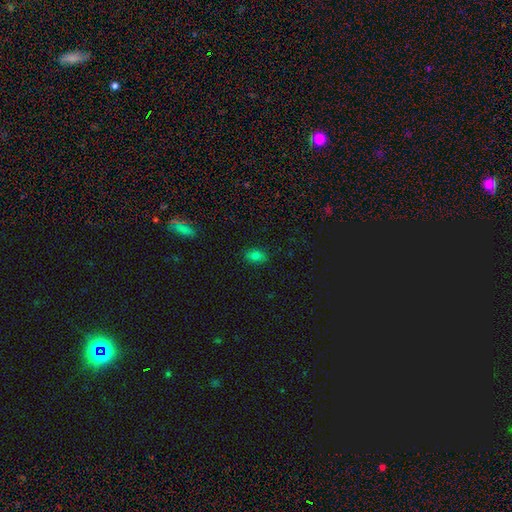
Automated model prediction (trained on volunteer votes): This appears to be a smooth galaxy with no disk features (77%) that is in between round and cigar-shaped (81%). Merging: none (86%).